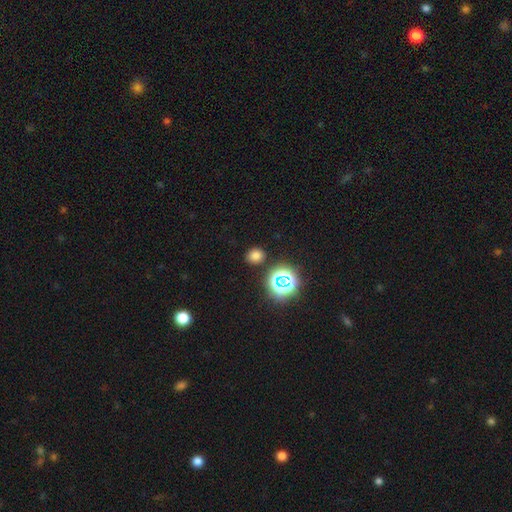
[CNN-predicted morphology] smooth 72%, star or artifact 23%, featured or disk 6%. Down the decision tree: how rounded — round (76%); merging — none (88%).